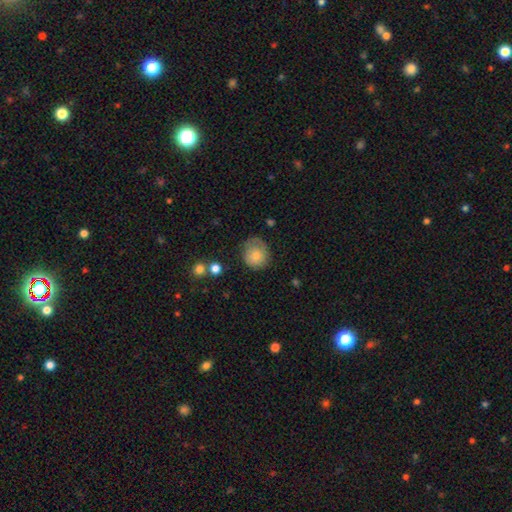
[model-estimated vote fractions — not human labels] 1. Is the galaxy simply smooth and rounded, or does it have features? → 72% smooth, 21% featured or disk, 8% star or artifact.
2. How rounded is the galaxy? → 76% round, 23% in between, 1% cigar-shaped.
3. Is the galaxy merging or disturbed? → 60% none, 27% minor disturbance, 11% major disturbance, 2% merger.